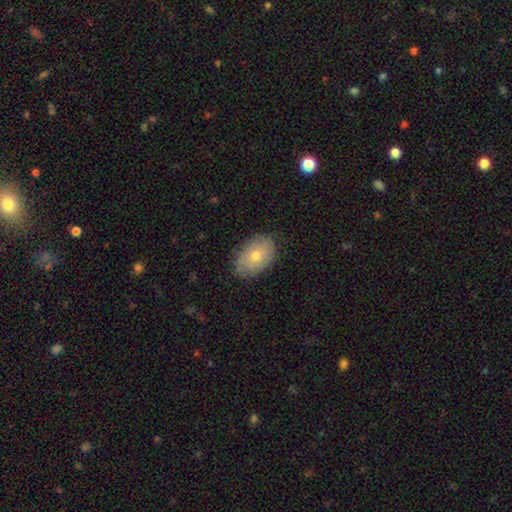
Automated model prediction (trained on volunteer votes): A smooth galaxy with no disk features (61%) that is in between round and cigar-shaped (87%).

Vote fractions:
- Smooth or featured? smooth: 61% / featured or disk: 32% / star or artifact: 7%
- How rounded? in between: 87% / round: 12% / cigar-shaped: 1%
- Merging? none: 80% / minor disturbance: 16% / major disturbance: 3% / merger: 1%